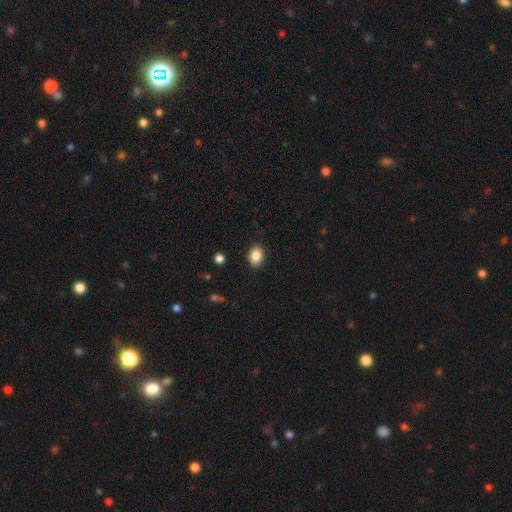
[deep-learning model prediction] Q: Smooth or featured?
A: smooth (88%); runner-up: star or artifact (8%)
Q: How rounded?
A: in between (77%); runner-up: round (22%)
Q: Merging?
A: none (87%); runner-up: minor disturbance (9%)